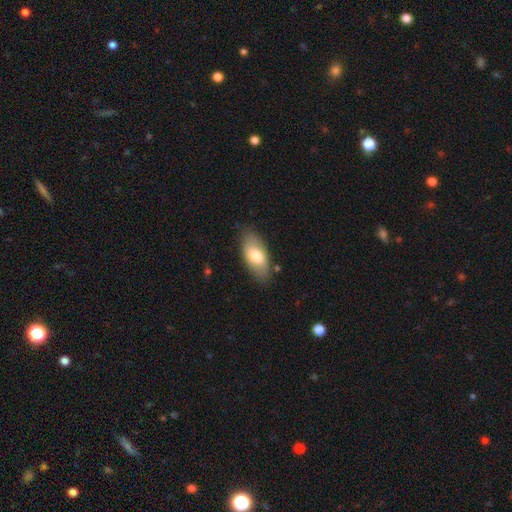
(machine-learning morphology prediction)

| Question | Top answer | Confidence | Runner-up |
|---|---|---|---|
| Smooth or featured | smooth | 74% | featured or disk (20%) |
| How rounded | in between | 91% | cigar-shaped (6%) |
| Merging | none | 80% | minor disturbance (15%) |